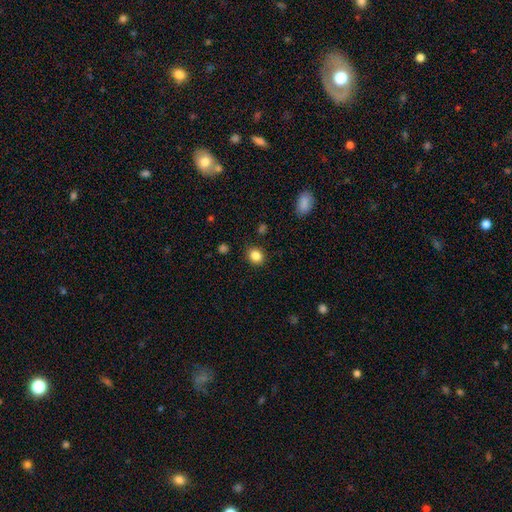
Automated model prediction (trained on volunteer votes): The model was most divided on "how rounded": round: 74%, in between: 25%, cigar-shaped: 1%. More confident: merging — none (88%); smooth or featured — smooth (85%).